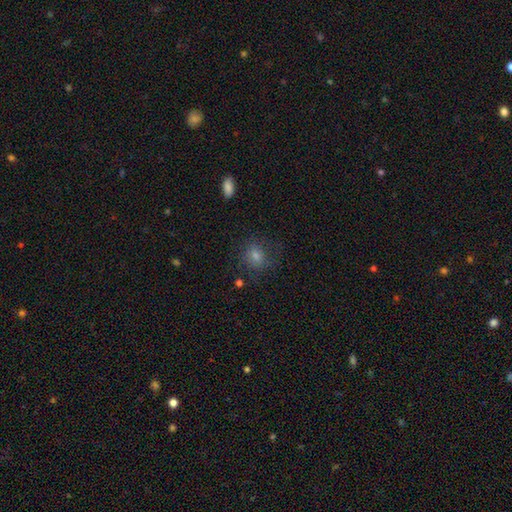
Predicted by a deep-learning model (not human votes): A smooth galaxy with no disk features (61%) that is round (76%).

Vote fractions:
- Smooth or featured? smooth: 61% / star or artifact: 22% / featured or disk: 17%
- How rounded? round: 76% / in between: 23% / cigar-shaped: 1%
- Merging? none: 73% / minor disturbance: 16% / major disturbance: 10% / merger: 2%